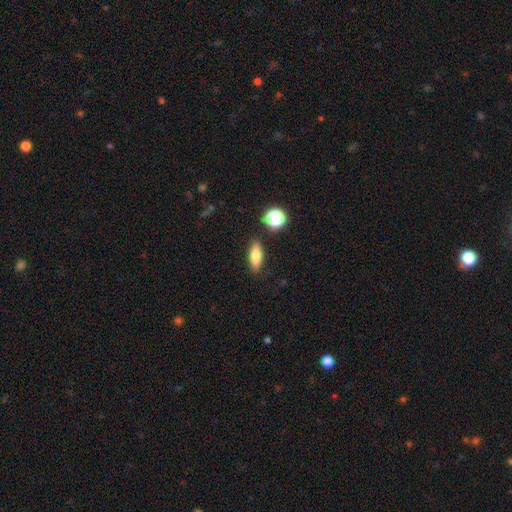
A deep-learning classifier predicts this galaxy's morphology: Smooth or featured?
  - smooth: 77% *
  - featured or disk: 14%
  - star or artifact: 9%
How rounded?
  - in between: 61% *
  - cigar-shaped: 34%
  - round: 6%
Merging?
  - none: 86% *
  - minor disturbance: 9%
  - merger: 3%
  - major disturbance: 2%